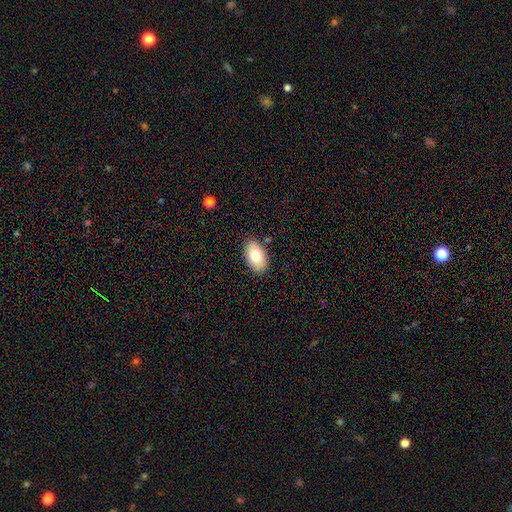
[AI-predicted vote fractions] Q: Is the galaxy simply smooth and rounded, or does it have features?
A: smooth — 77%.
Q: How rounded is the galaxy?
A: in between — 93%.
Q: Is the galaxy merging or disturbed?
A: none — 86%.